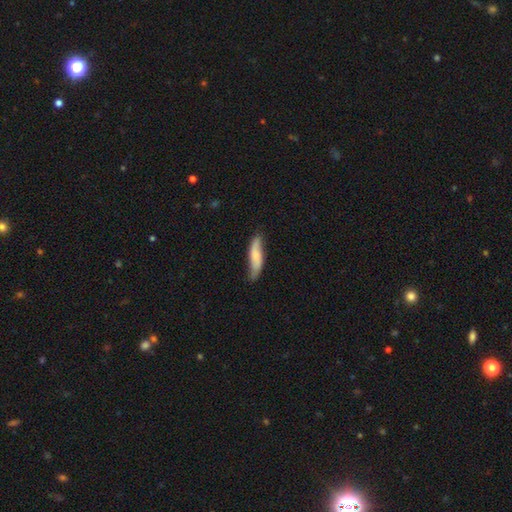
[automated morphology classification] Q: Smooth or featured?
A: smooth (65%); runner-up: featured or disk (30%)
Q: How rounded?
A: cigar-shaped (69%); runner-up: in between (29%)
Q: Merging?
A: none (71%); runner-up: minor disturbance (23%)